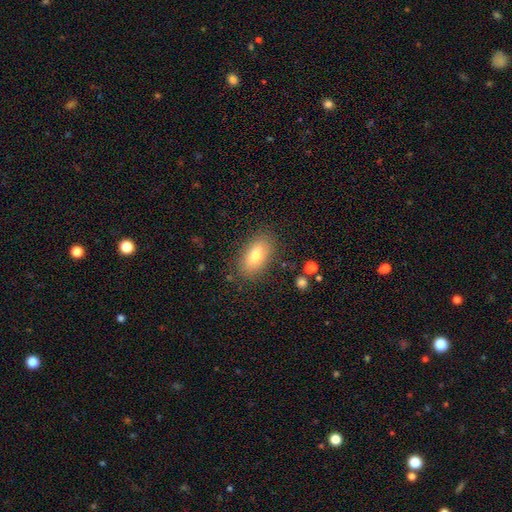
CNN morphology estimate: The model was most divided on "smooth or featured": smooth: 75%, featured or disk: 17%, star or artifact: 8%. More confident: how rounded — in between (88%); merging — none (83%).